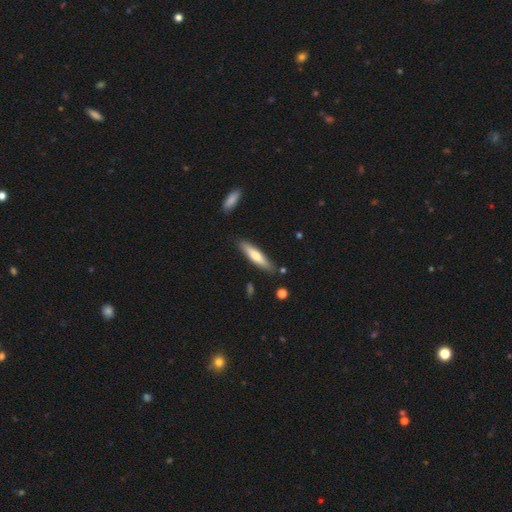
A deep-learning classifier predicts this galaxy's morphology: type=smooth (62%); roundness=cigar-shaped (79%); merging=none (85%).